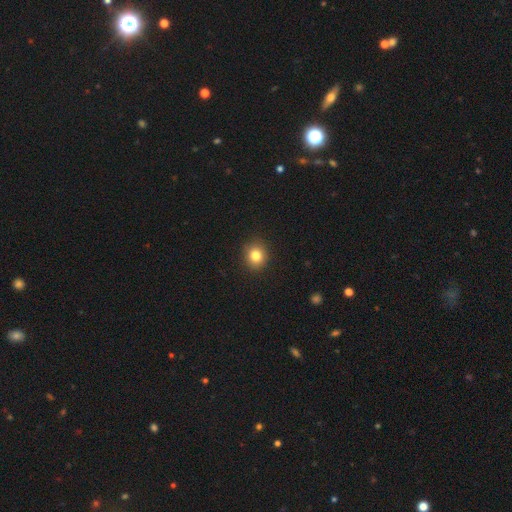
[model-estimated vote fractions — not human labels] Morphology: type=smooth (82%); roundness=round (82%); merging=none (91%).